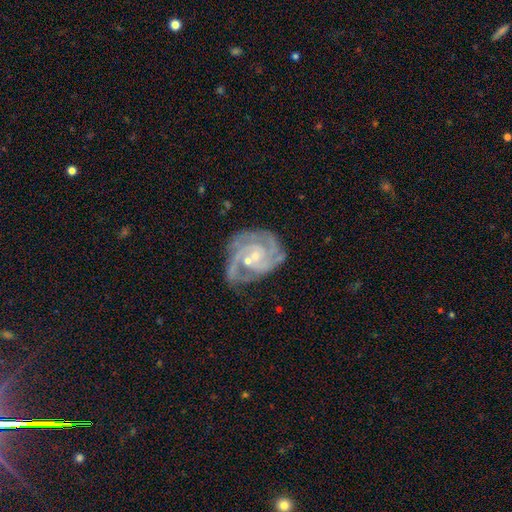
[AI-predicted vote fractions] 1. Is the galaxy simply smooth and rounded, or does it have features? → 89% featured or disk, 6% star or artifact, 6% smooth.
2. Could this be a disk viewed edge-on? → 98% no, 2% yes.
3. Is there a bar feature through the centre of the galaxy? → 61% no, 31% weak, 8% strong.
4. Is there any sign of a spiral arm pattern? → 97% yes, 3% no.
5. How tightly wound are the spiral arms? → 57% tight, 37% medium, 7% loose.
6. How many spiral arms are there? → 42% 3, 20% 2, 14% can't tell, 13% 4, 5% more than 4, 5% 1.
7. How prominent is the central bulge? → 71% small, 24% moderate, 3% none, 1% large, 1% dominant.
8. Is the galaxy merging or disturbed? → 55% none, 21% minor disturbance, 13% merger, 11% major disturbance.